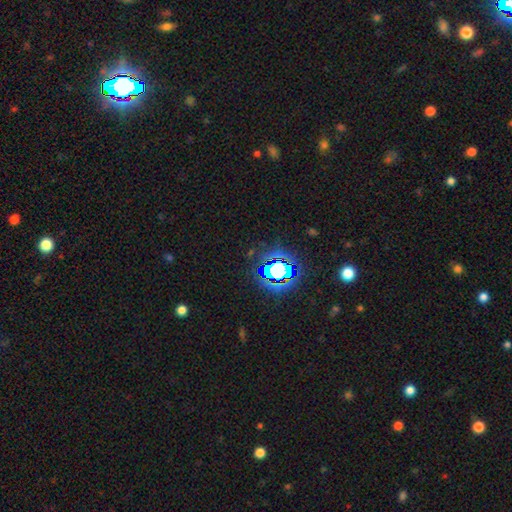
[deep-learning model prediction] Smooth or featured?
  - star or artifact: 77% *
  - smooth: 15%
  - featured or disk: 9%